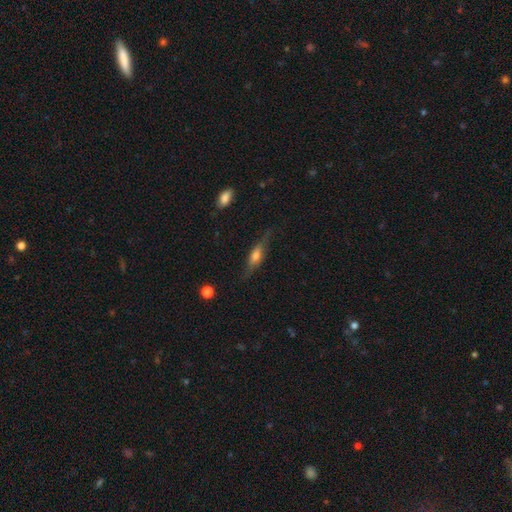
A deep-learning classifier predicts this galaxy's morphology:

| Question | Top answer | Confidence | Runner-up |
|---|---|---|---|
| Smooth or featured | featured or disk | 51% | smooth (42%) |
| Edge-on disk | yes | 86% | no (14%) |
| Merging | none | 74% | minor disturbance (19%) |